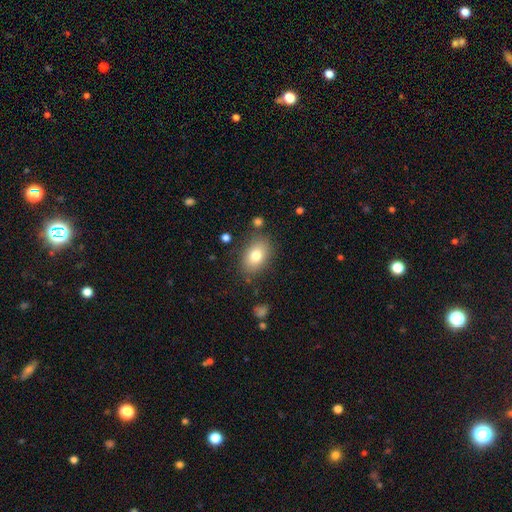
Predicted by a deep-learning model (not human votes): The model was most divided on "smooth or featured": smooth: 78%, featured or disk: 13%, star or artifact: 9%. More confident: how rounded — in between (83%); merging — none (80%).